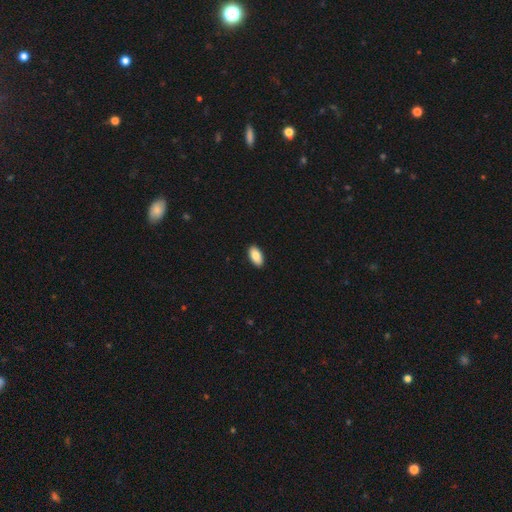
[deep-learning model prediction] Smooth or featured: smooth — 86% (featured or disk — 8%)
How rounded: in between — 94% (cigar-shaped — 4%)
Merging: none — 91% (minor disturbance — 7%)